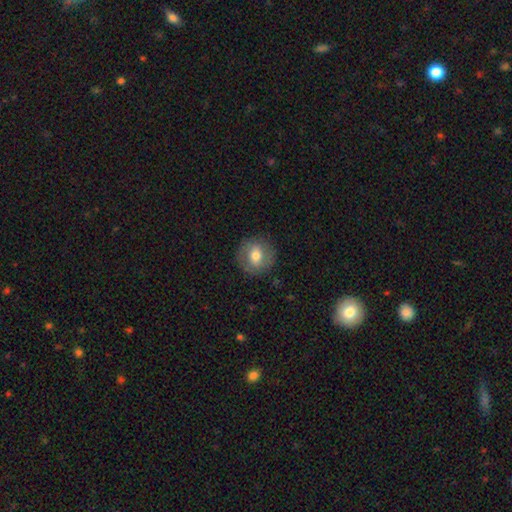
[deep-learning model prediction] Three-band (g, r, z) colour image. It shows a smooth galaxy with no disk features (66%) that is round (88%). Merging: none (86%).